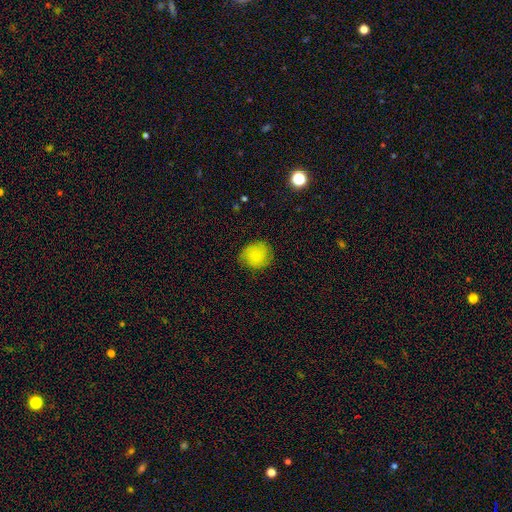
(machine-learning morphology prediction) Overall: smooth (79%). How rounded: round (83%). Merging: none (76%).